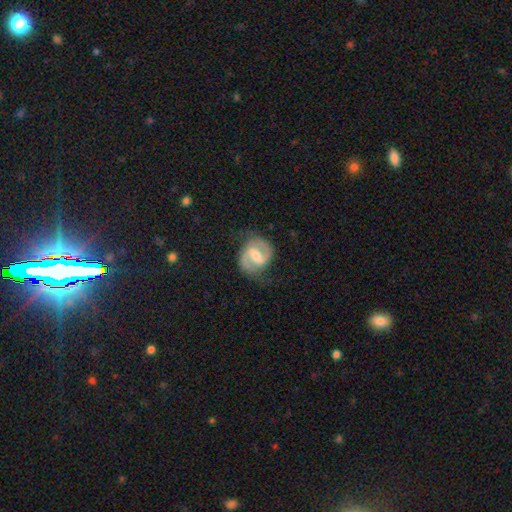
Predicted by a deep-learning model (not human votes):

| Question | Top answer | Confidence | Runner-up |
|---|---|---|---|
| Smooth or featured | featured or disk | 85% | smooth (10%) |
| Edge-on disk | no | 98% | yes (2%) |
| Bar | weak | 50% | strong (37%) |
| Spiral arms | yes | 95% | no (5%) |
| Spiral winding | medium | 56% | tight (25%) |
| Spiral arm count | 2 | 92% | can't tell (4%) |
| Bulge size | moderate | 60% | small (29%) |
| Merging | none | 75% | minor disturbance (17%) |